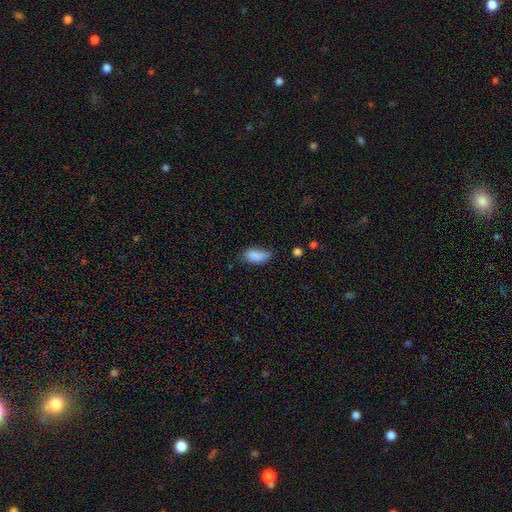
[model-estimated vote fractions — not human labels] Smooth or featured?
  - smooth: 85% *
  - star or artifact: 8%
  - featured or disk: 7%
How rounded?
  - in between: 92% *
  - cigar-shaped: 5%
  - round: 4%
Merging?
  - none: 51% *
  - minor disturbance: 36%
  - major disturbance: 9%
  - merger: 3%